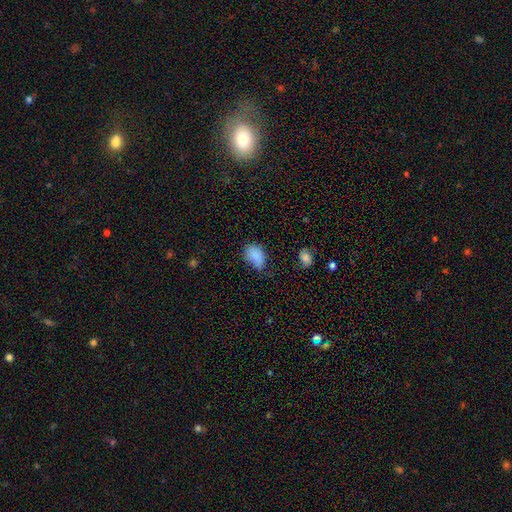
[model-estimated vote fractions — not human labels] Smooth or featured? Predicted: smooth (p=0.83). How rounded? Predicted: in between (p=0.77). Merging? Predicted: minor disturbance (p=0.40).